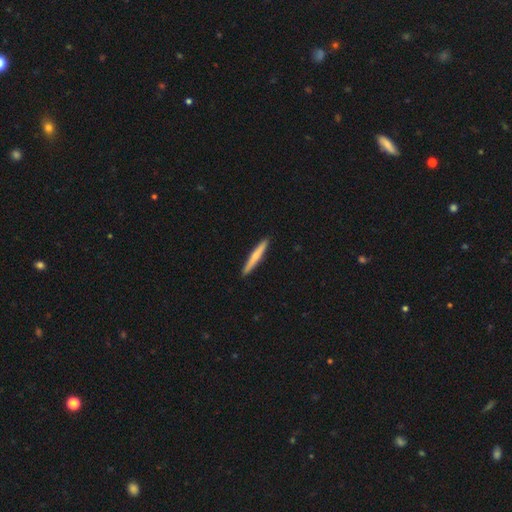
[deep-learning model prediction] This is likely a smooth galaxy (63%). How rounded: clearly cigar-shaped (96%). Merging: clearly none (92%).